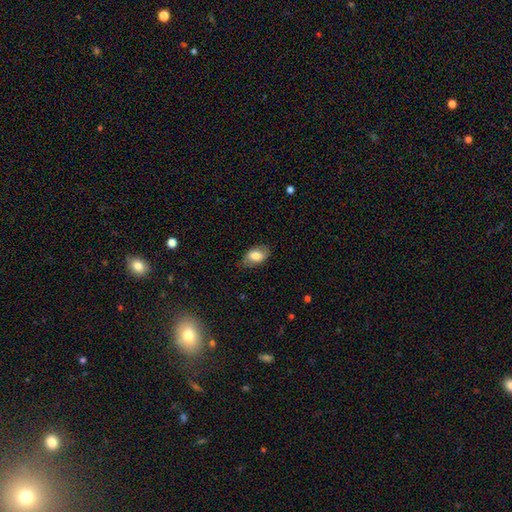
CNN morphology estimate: Q: Smooth or featured?
A: smooth (74%); runner-up: featured or disk (19%)
Q: How rounded?
A: in between (91%); runner-up: round (7%)
Q: Merging?
A: none (77%); runner-up: minor disturbance (17%)